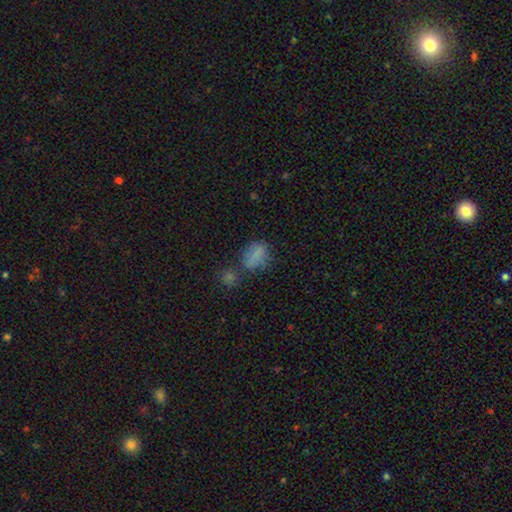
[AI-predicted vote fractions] A smooth galaxy with no disk features (75%) that is in between round and cigar-shaped (71%).

Vote fractions:
- Smooth or featured? smooth: 75% / star or artifact: 16% / featured or disk: 9%
- How rounded? in between: 71% / round: 26% / cigar-shaped: 3%
- Merging? none: 46% / merger: 22% / minor disturbance: 20% / major disturbance: 12%